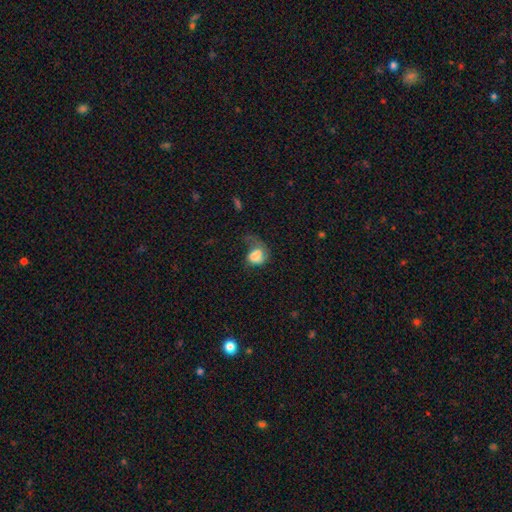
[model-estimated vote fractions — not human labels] The model was most divided on "how rounded": in between: 62%, round: 37%, cigar-shaped: 1%. More confident: smooth or featured — smooth (64%); merging — major disturbance (53%).